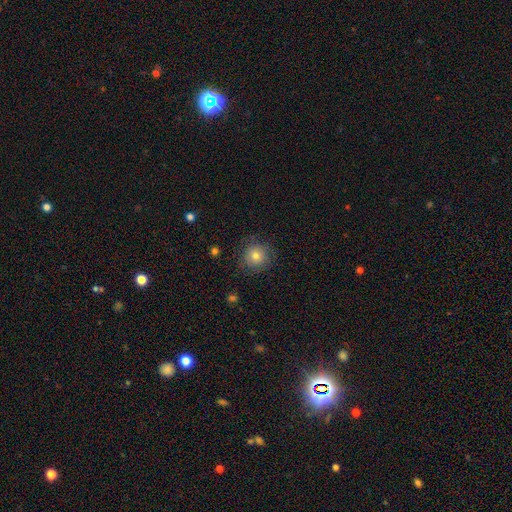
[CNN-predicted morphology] Overall: smooth (77%). How rounded: round (92%). Merging: none (82%).